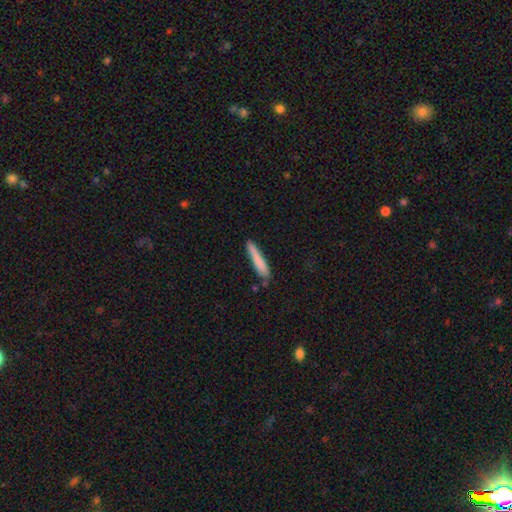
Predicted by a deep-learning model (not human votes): Morphology: type=smooth (77%); roundness=cigar-shaped (95%); merging=none (79%).